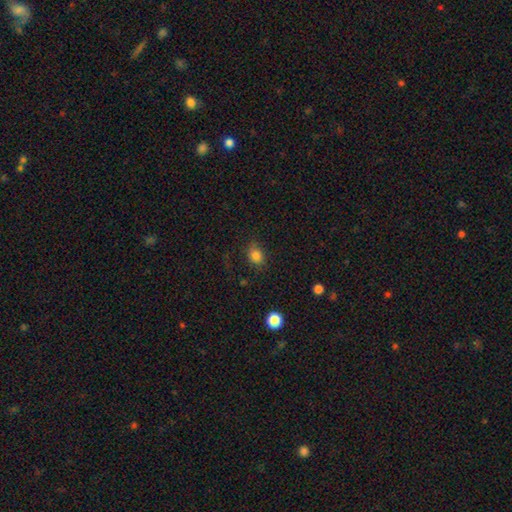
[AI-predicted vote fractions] The model was most divided on "how rounded": in between: 51%, round: 48%, cigar-shaped: 1%. More confident: smooth or featured — smooth (82%); merging — none (76%).